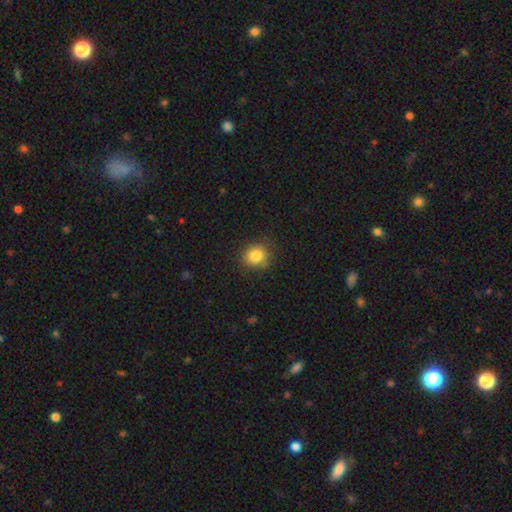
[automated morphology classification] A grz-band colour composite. It shows a smooth galaxy with no disk features (84%) that is round (84%). Merging: none (84%).